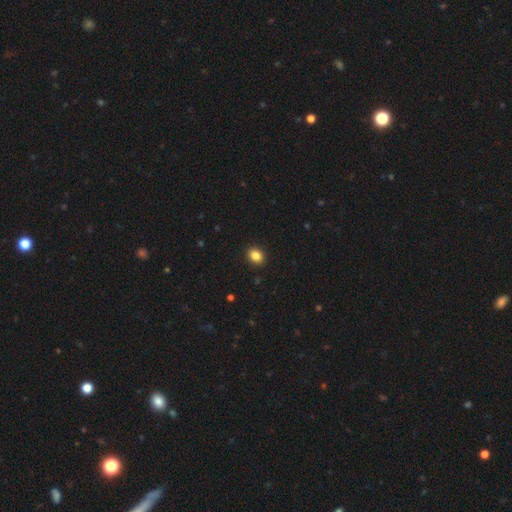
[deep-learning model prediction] A smooth galaxy with no disk features (86%) that is in between round and cigar-shaped (52%).

Vote fractions:
- Smooth or featured? smooth: 86% / star or artifact: 10% / featured or disk: 4%
- How rounded? in between: 52% / round: 47% / cigar-shaped: 1%
- Merging? none: 91% / minor disturbance: 6% / major disturbance: 2% / merger: 1%